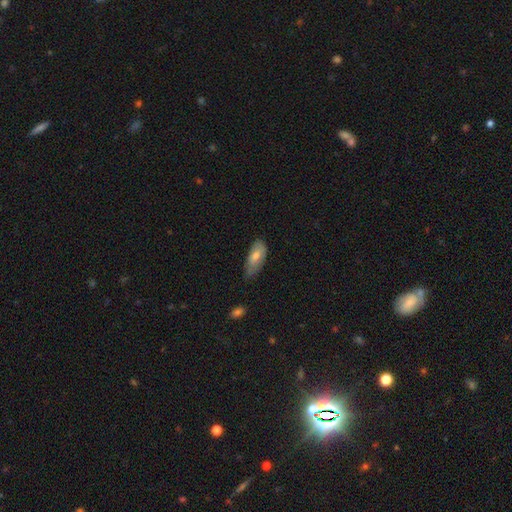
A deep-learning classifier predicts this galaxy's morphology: Smooth or featured?
  - smooth: 69% *
  - featured or disk: 24%
  - star or artifact: 7%
How rounded?
  - in between: 82% *
  - cigar-shaped: 16%
  - round: 2%
Merging?
  - none: 51% *
  - minor disturbance: 38%
  - major disturbance: 9%
  - merger: 2%